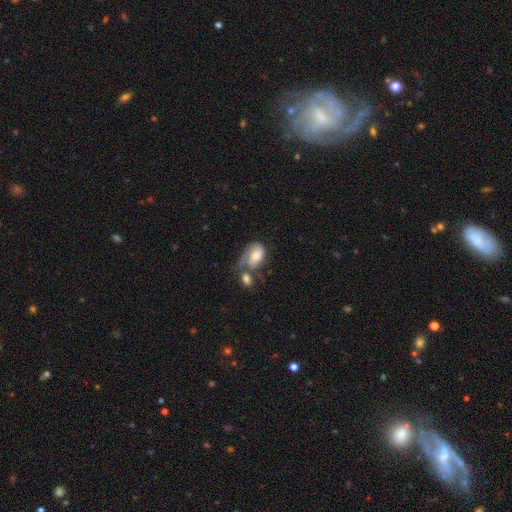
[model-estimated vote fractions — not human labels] Smooth or featured? smooth (62%)
How rounded? in between (85%)
Merging? merger (43%)